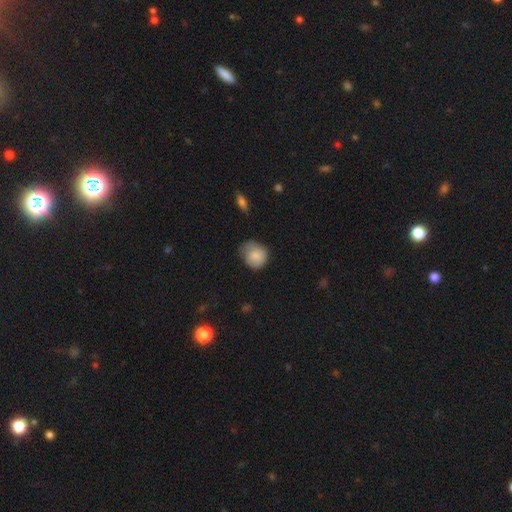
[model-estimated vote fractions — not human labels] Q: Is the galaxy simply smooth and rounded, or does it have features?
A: smooth — 82%.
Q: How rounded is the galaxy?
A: round — 75%.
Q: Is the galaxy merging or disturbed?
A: none — 51%.